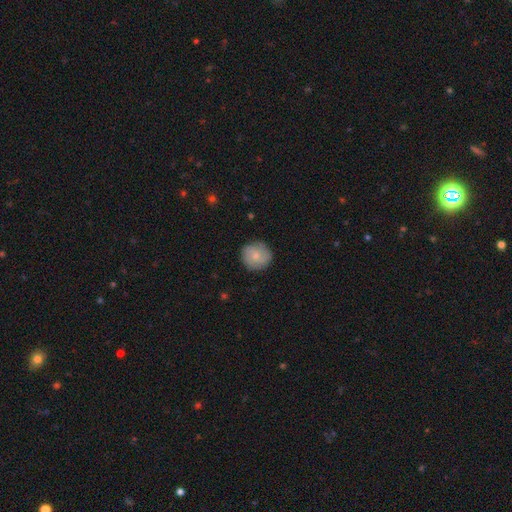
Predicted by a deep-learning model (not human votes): Smooth or featured?
  - smooth: 69% *
  - featured or disk: 25%
  - star or artifact: 6%
How rounded?
  - round: 91% *
  - in between: 9%
  - cigar-shaped: 1%
Merging?
  - none: 85% *
  - minor disturbance: 11%
  - major disturbance: 3%
  - merger: 1%